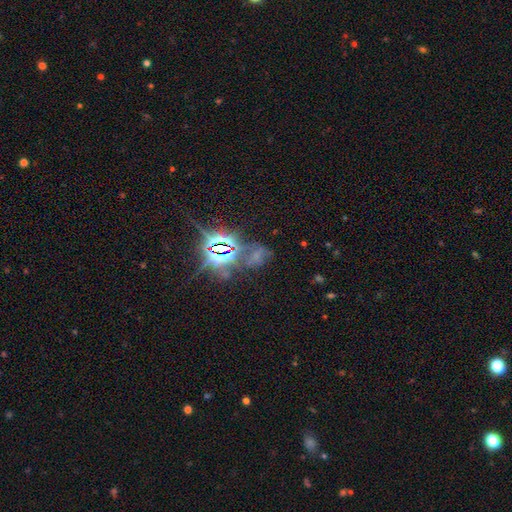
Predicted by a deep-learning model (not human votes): smooth-or-featured: star or artifact: 60% | smooth: 22% | featured or disk: 17%